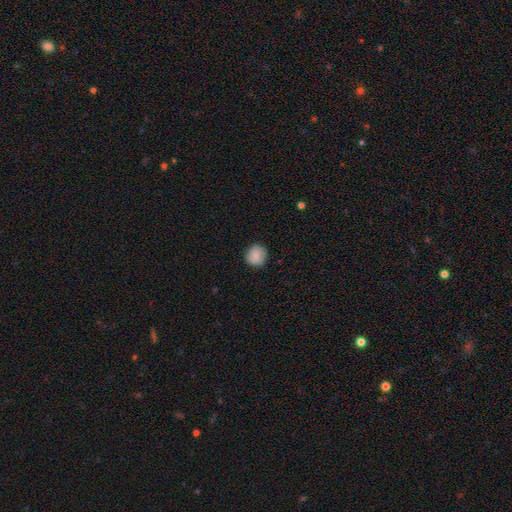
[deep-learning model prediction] Smooth or featured? Predicted: smooth (p=0.87). How rounded? Predicted: round (p=0.91). Merging? Predicted: none (p=0.89).